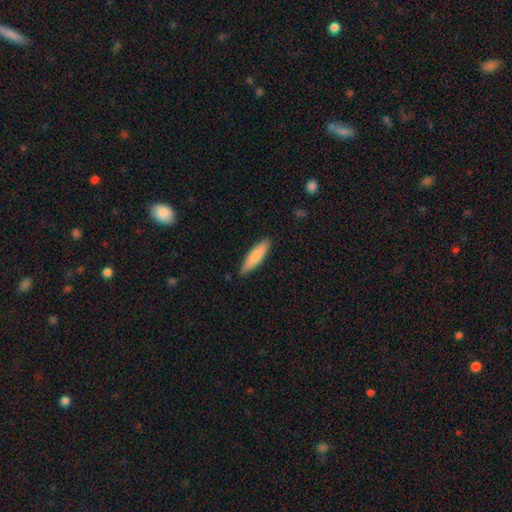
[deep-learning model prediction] Smooth or featured? Predicted: smooth (p=0.81). How rounded? Predicted: cigar-shaped (p=0.67). Merging? Predicted: none (p=0.84).